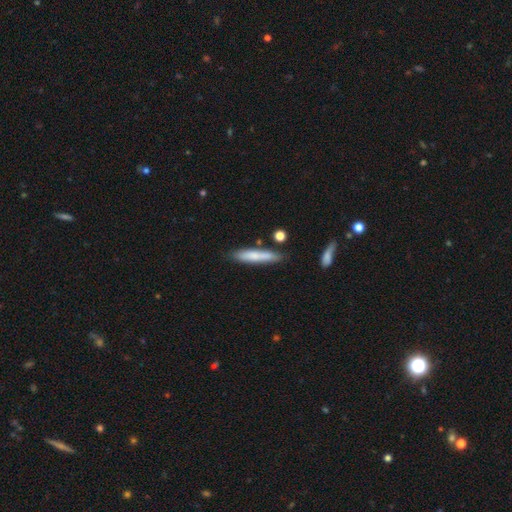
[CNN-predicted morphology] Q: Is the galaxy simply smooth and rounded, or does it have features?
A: smooth — 73%.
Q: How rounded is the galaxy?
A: cigar-shaped — 88%.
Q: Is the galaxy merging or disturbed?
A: none — 79%.